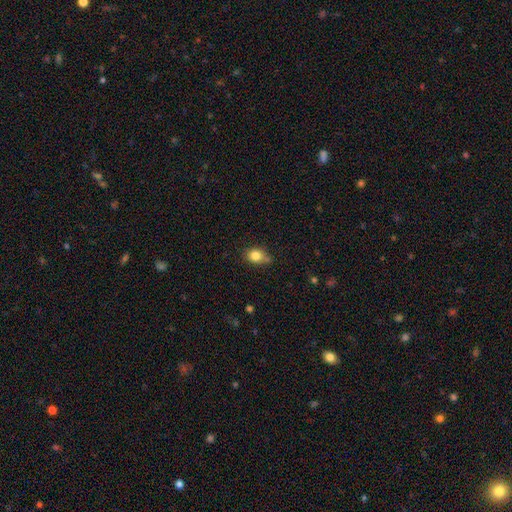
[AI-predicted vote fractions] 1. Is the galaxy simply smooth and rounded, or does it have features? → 81% smooth, 10% star or artifact, 9% featured or disk.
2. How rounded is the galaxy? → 50% round, 48% in between, 2% cigar-shaped.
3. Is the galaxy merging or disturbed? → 57% none, 30% minor disturbance, 8% merger, 6% major disturbance.